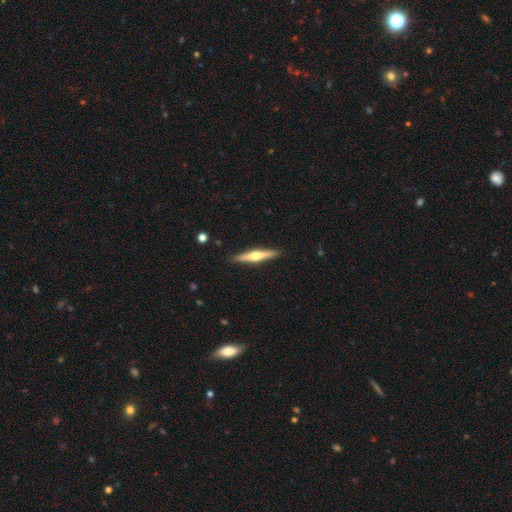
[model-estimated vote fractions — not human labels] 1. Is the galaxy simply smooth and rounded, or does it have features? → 65% featured or disk, 31% smooth, 5% star or artifact.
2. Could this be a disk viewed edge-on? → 97% yes, 3% no.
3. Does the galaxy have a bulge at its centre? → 93% rounded, 4% none, 3% boxy.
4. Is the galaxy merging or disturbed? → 91% none, 7% minor disturbance, 1% major disturbance, 1% merger.